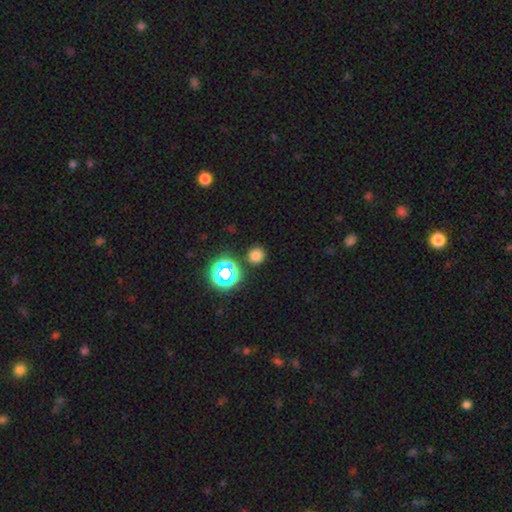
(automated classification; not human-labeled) A smooth galaxy with no disk features (73%) that is round (92%).

Vote fractions:
- Smooth or featured? smooth: 73% / star or artifact: 21% / featured or disk: 5%
- How rounded? round: 92% / in between: 7% / cigar-shaped: 1%
- Merging? none: 88% / minor disturbance: 7% / merger: 3% / major disturbance: 2%